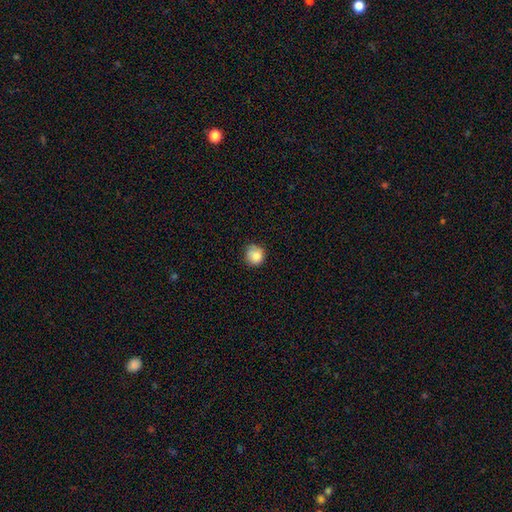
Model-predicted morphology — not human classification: Q: Smooth or featured?
A: smooth (86%); runner-up: star or artifact (9%)
Q: How rounded?
A: round (86%); runner-up: in between (13%)
Q: Merging?
A: none (71%); runner-up: minor disturbance (23%)